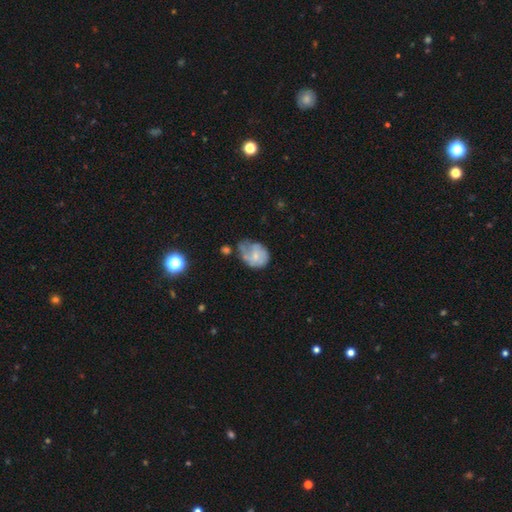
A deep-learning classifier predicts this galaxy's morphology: Overall: featured or disk (49%; smooth 43%). Merging: minor disturbance (35%; none 31%).